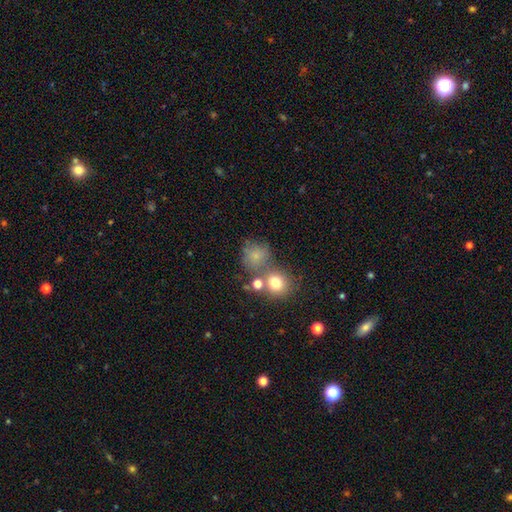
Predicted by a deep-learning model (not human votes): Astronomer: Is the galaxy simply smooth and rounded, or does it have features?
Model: smooth — 73%.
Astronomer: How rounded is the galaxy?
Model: round — 79%.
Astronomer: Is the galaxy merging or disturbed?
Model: none — 49% (runner-up: merger, 25%).